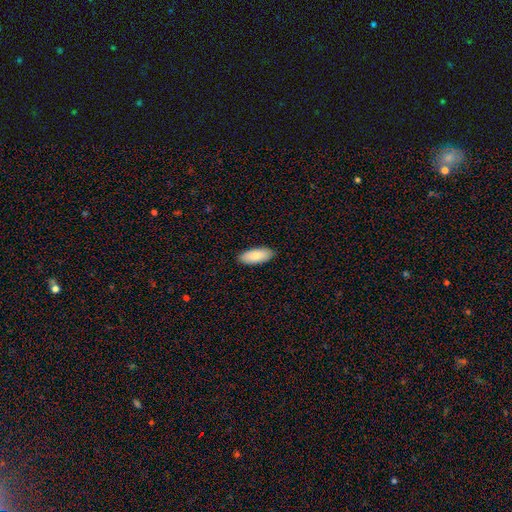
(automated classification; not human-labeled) A smooth galaxy with no disk features (83%) that is in between round and cigar-shaped (85%). Merging: none (89%).